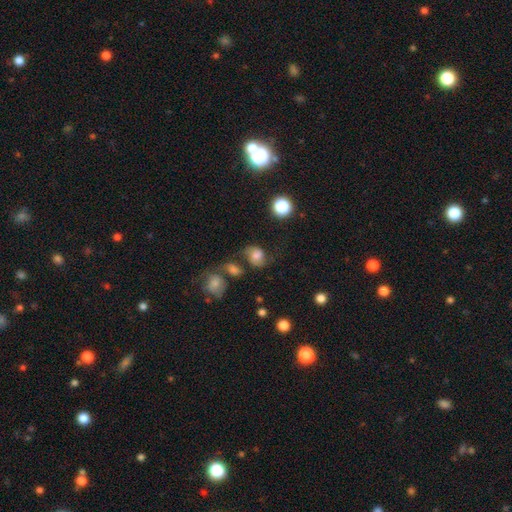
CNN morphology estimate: Q: Smooth or featured?
A: smooth (52%); runner-up: featured or disk (36%)
Q: How rounded?
A: round (51%); runner-up: in between (48%)
Q: Merging?
A: none (51%); runner-up: minor disturbance (23%)